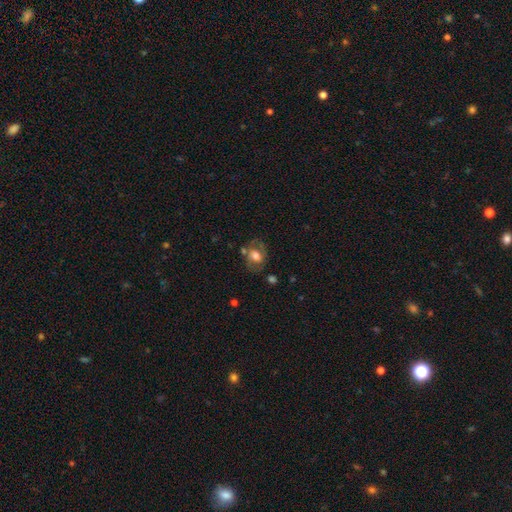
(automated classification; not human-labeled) A featured or disk galaxy (46%, tied with smooth).

Vote fractions:
- Smooth or featured? featured or disk: 46% (tied) / smooth: 46% (tied) / star or artifact: 8%
- Merging? none: 63% / minor disturbance: 20% / major disturbance: 10% / merger: 7%